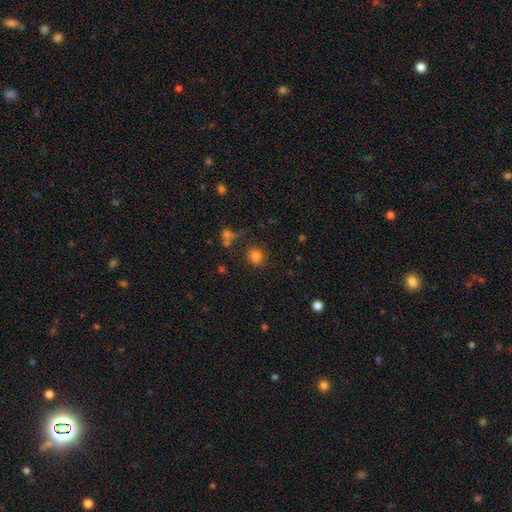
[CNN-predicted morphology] smooth-or-featured: smooth: 80% | star or artifact: 14% | featured or disk: 6%
  how-rounded: round: 75% | in between: 24% | cigar-shaped: 1%
  merging: none: 76% | minor disturbance: 12% | merger: 7% | major disturbance: 5%